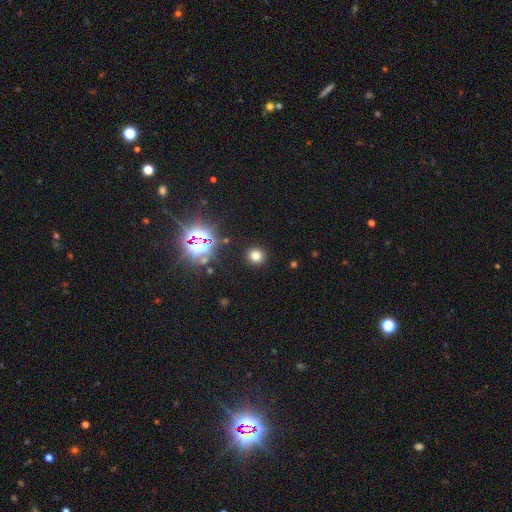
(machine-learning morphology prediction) This appears to be a smooth galaxy with no disk features (71%) that is round (92%). Merging: none (91%).